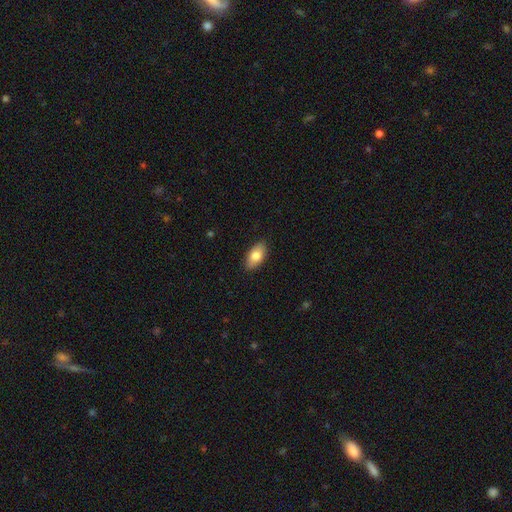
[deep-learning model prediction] Smooth or featured? smooth (80%)
How rounded? in between (93%)
Merging? none (88%)